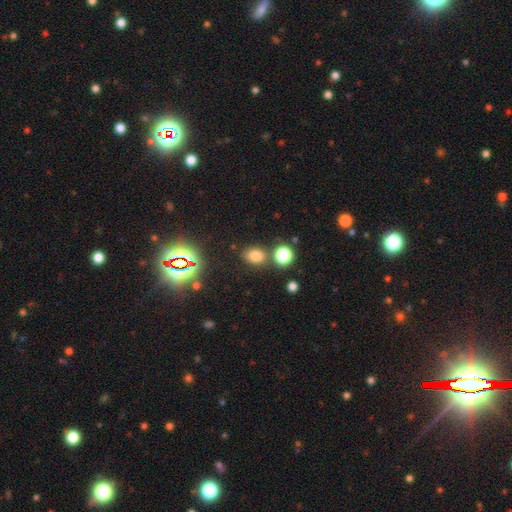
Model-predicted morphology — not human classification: This is likely a smooth galaxy (72%). How rounded: possibly in between (59%). Merging: likely none (75%).